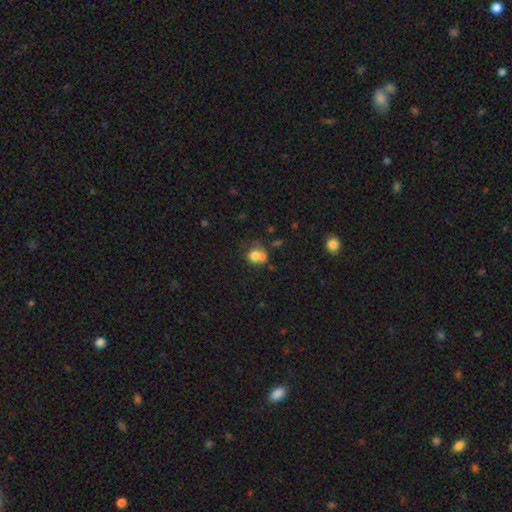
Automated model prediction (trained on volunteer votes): A smooth galaxy with no disk features (71%) that is round (68%).

Vote fractions:
- Smooth or featured? smooth: 71% / featured or disk: 18% / star or artifact: 11%
- How rounded? round: 68% / in between: 31% / cigar-shaped: 1%
- Merging? merger: 46% / none: 30% / minor disturbance: 14% / major disturbance: 10%